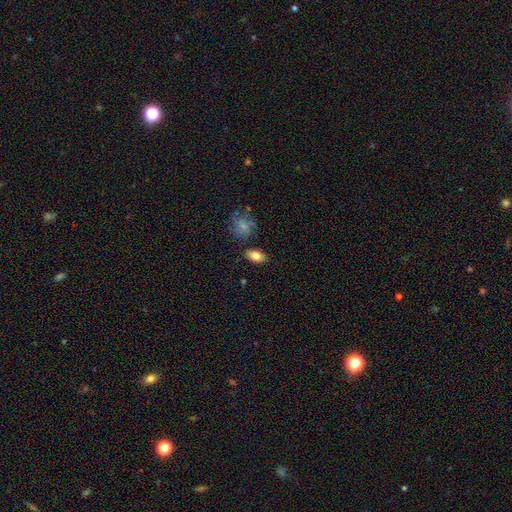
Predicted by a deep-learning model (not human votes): Smooth or featured? Predicted: smooth (p=0.80). How rounded? Predicted: in between (p=0.88). Merging? Predicted: none (p=0.82).